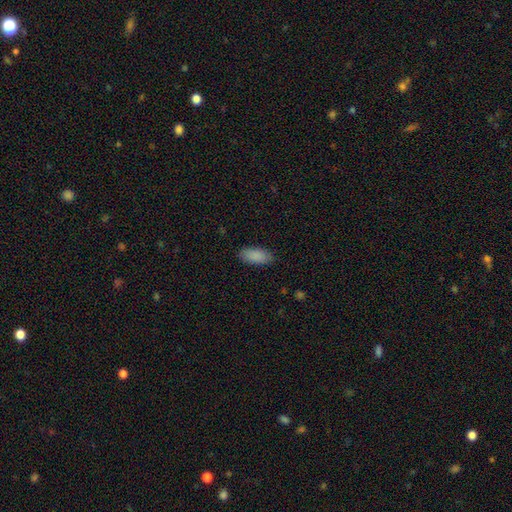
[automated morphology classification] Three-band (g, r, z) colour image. It shows a smooth galaxy with no disk features (89%) that is in between round and cigar-shaped (89%). Merging: none (86%).